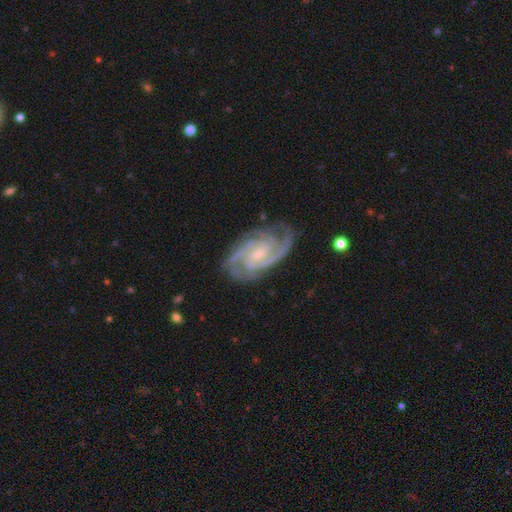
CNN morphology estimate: featured or disk 89%, star or artifact 6%, smooth 5%. Down the decision tree: edge-on disk — no (97%); bar — weak (45%); spiral arms — yes (98%); spiral arm count — 2 (42%); spiral winding — tight (57%); bulge size — small (66%); merging — none (80%).